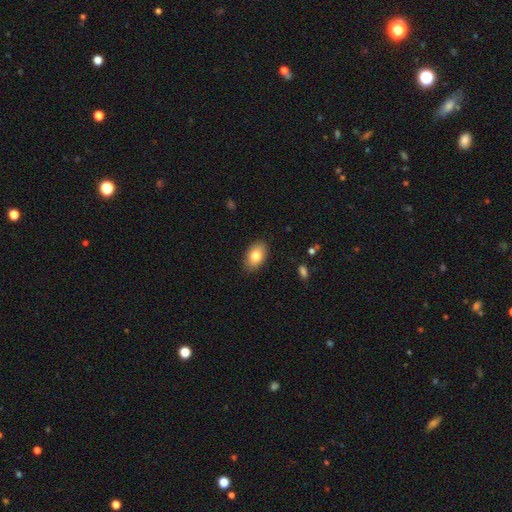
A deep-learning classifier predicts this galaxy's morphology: smooth_or_featured: smooth (p=0.80) [alt: featured or disk p=0.12]
how_rounded: in between (p=0.90) [alt: round p=0.08]
merging: none (p=0.87) [alt: minor disturbance p=0.10]